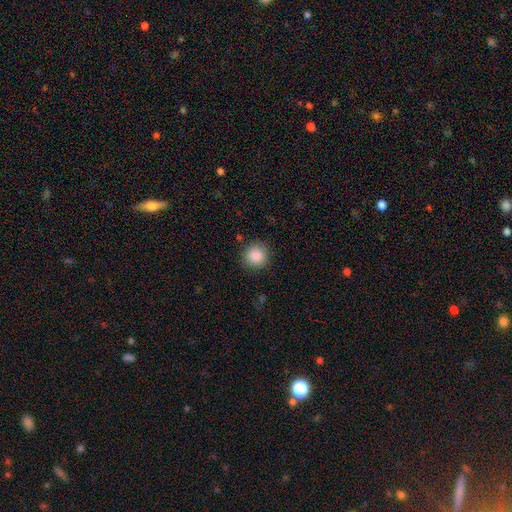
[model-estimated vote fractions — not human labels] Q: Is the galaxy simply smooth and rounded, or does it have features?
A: smooth — 88%.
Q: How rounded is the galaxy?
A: round — 93%.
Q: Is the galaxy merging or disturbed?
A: none — 88%.